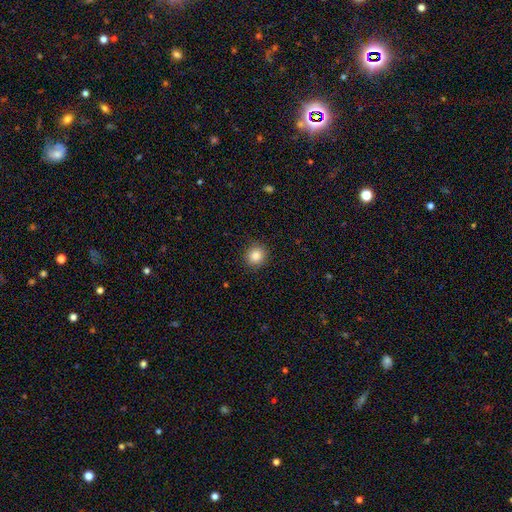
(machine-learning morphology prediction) smooth_or_featured: smooth (p=0.86) [alt: star or artifact p=0.10]
how_rounded: round (p=0.87) [alt: in between p=0.12]
merging: none (p=0.90) [alt: minor disturbance p=0.07]